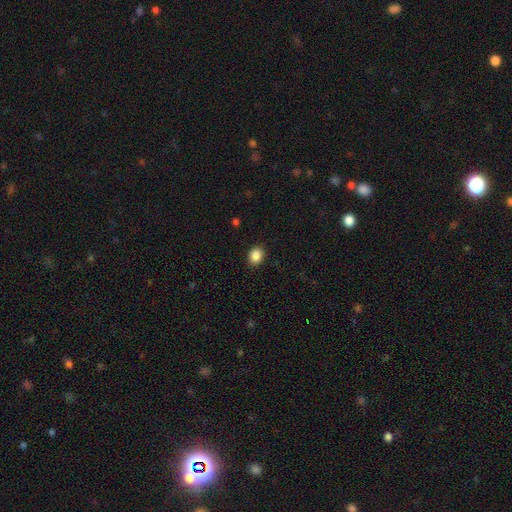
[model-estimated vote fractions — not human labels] Smooth or featured: smooth — 87% (star or artifact — 9%)
How rounded: in between — 51% (round — 48%)
Merging: none — 90% (minor disturbance — 7%)